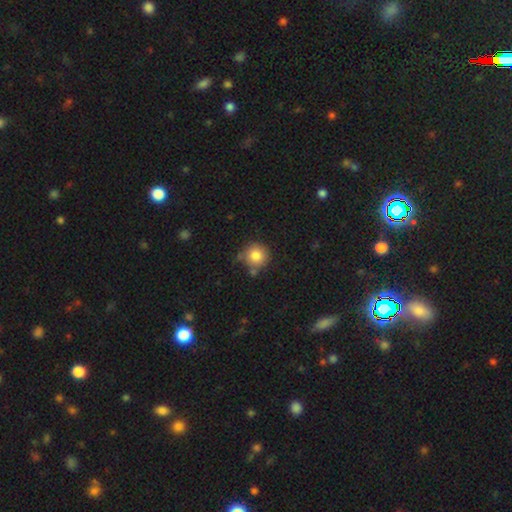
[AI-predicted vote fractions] Smooth or featured: smooth — 81% (star or artifact — 10%)
How rounded: round — 93% (in between — 6%)
Merging: none — 71% (minor disturbance — 16%)